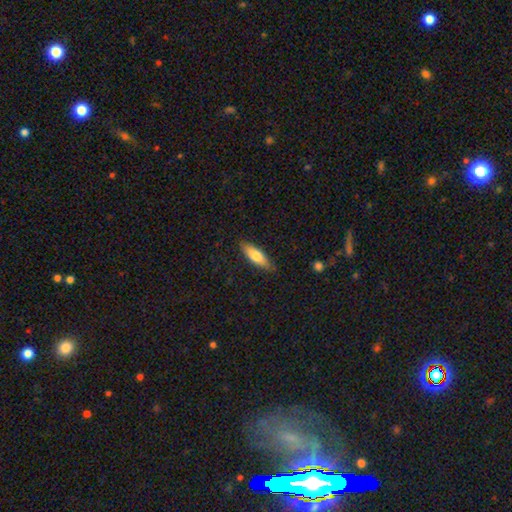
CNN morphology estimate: Smooth or featured? Predicted: smooth (p=0.72). How rounded? Predicted: in between (p=0.51). Merging? Predicted: none (p=0.84).